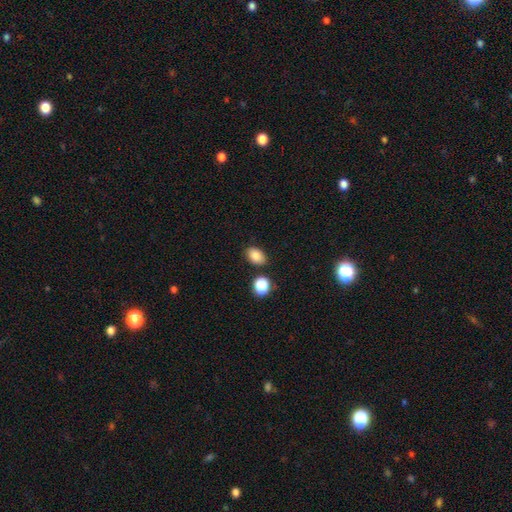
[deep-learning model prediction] The model was most divided on "how rounded": in between: 80%, round: 19%, cigar-shaped: 1%. More confident: smooth or featured — smooth (83%); merging — none (80%).